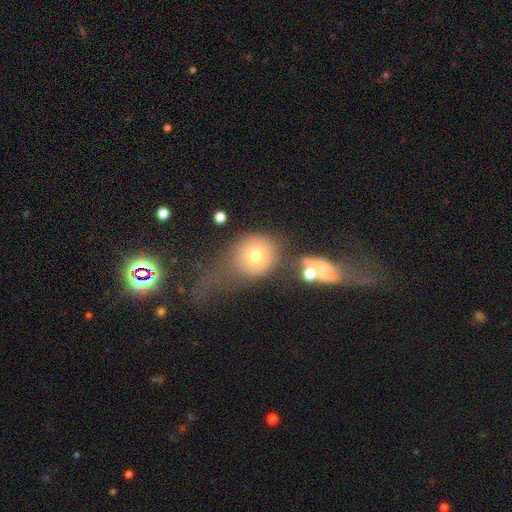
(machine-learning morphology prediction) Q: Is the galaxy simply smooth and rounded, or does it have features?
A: smooth — 67%.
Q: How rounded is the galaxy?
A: round — 81%.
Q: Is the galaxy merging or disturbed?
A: major disturbance — 33%.